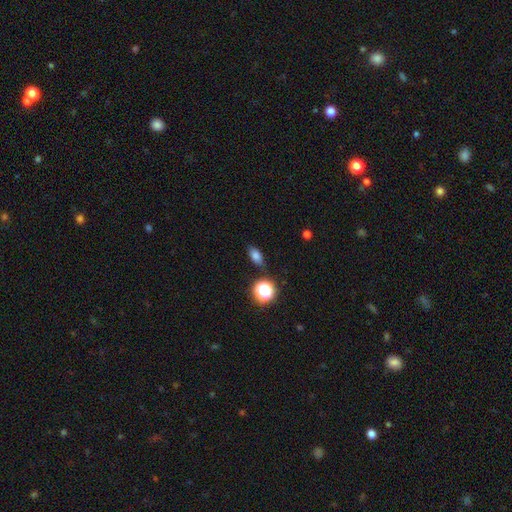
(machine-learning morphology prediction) A smooth galaxy with no disk features (78%) that is in between round and cigar-shaped (81%).

Vote fractions:
- Smooth or featured? smooth: 78% / star or artifact: 15% / featured or disk: 7%
- How rounded? in between: 81% / round: 14% / cigar-shaped: 5%
- Merging? none: 83% / minor disturbance: 11% / major disturbance: 3% / merger: 2%